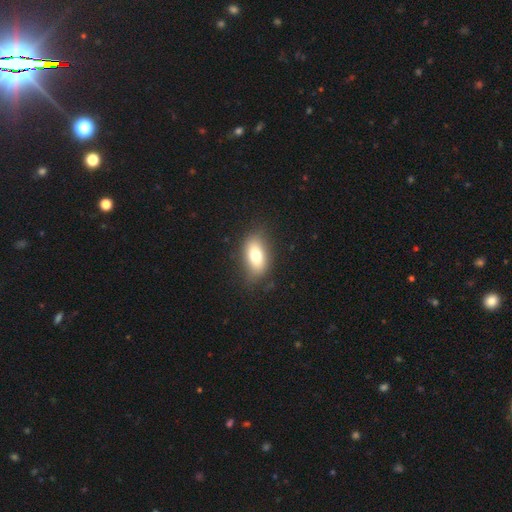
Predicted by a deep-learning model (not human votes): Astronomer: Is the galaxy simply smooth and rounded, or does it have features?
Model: smooth — 73%.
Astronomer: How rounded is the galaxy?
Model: in between — 86%.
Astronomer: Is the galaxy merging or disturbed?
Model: none — 78%.